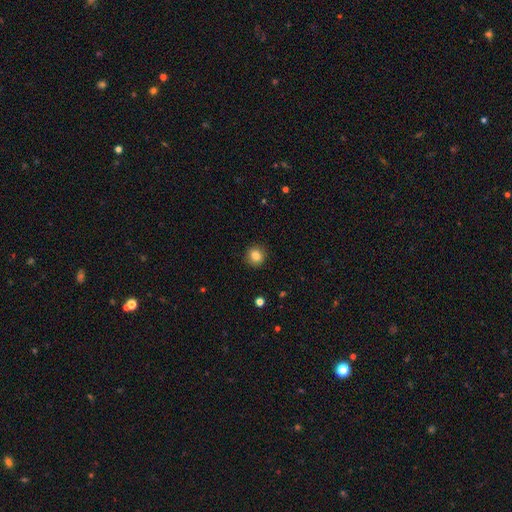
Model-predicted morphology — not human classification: Smooth or featured? Predicted: smooth (p=0.84). How rounded? Predicted: round (p=0.90). Merging? Predicted: none (p=0.91).